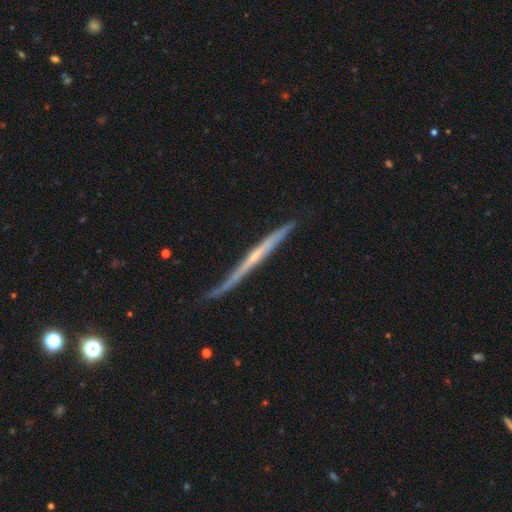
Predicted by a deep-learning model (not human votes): Smooth or featured?
  - featured or disk: 77% *
  - smooth: 17%
  - star or artifact: 6%
Edge-on disk?
  - yes: 97% *
  - no: 3%
Edge-on bulge?
  - none: 54% *
  - rounded: 41%
  - boxy: 5%
Merging?
  - none: 77% *
  - minor disturbance: 19%
  - major disturbance: 3%
  - merger: 2%